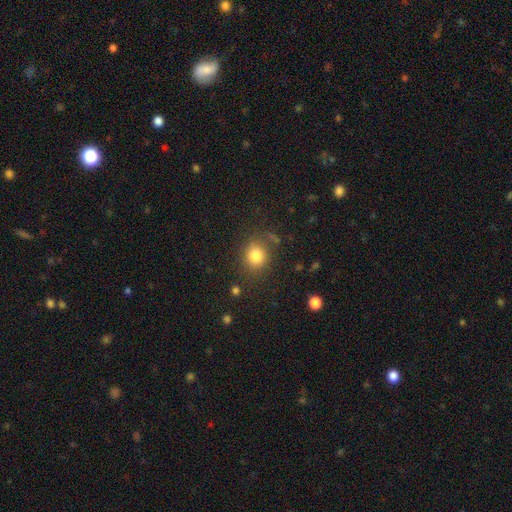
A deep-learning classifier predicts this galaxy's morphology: smooth 82%, star or artifact 12%, featured or disk 6%. Down the decision tree: how rounded — round (79%); merging — none (78%).